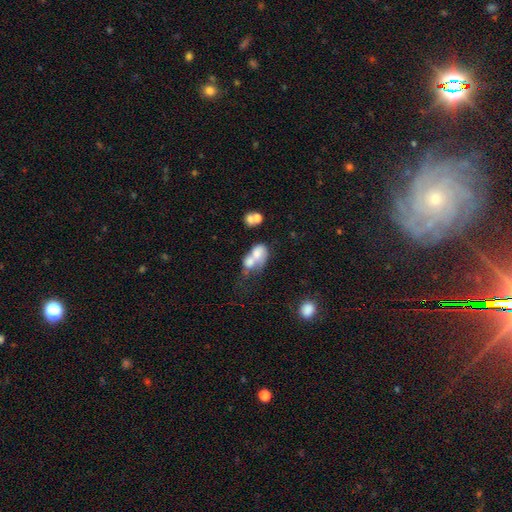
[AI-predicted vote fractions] smooth 62%, featured or disk 28%, star or artifact 10%. Down the decision tree: how rounded — in between (70%); merging — merger (71%).